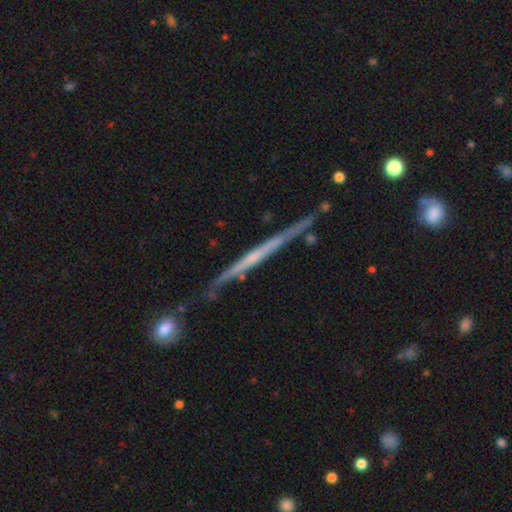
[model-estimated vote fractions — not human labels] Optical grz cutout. It shows a featured or disk galaxy (70%) viewed edge-on (96%) with no central bulge (73%). Merging: none (75%).